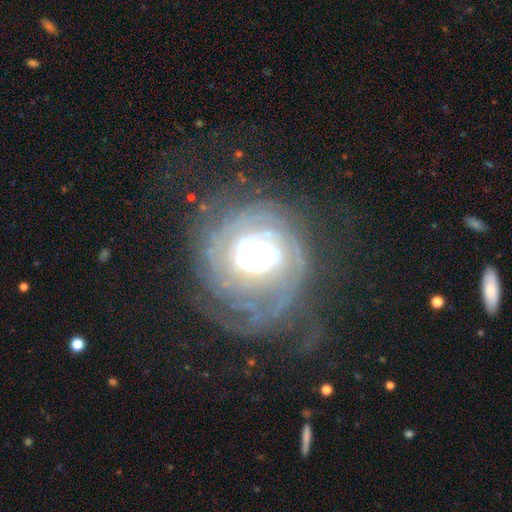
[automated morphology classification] Smooth or featured? featured or disk (80%)
Edge-on disk? no (97%)
Bar? no (72%)
Spiral arms? yes (87%)
Spiral winding? tight (70%)
Spiral arm count? can't tell (36%)
Bulge size? large (53%)
Merging? none (59%)